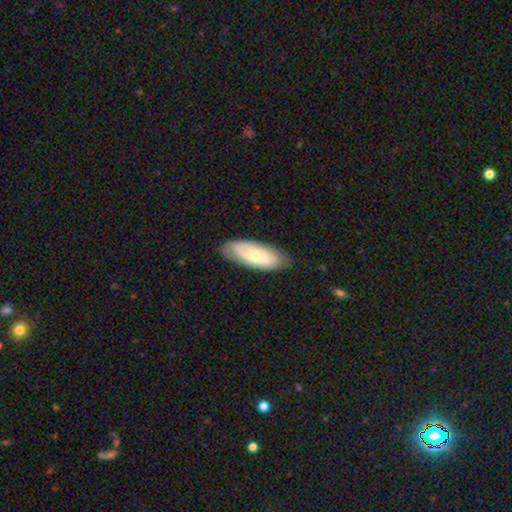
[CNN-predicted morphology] Smooth or featured: featured or disk — 52% (smooth — 41%)
Edge-on disk: no — 86% (yes — 14%)
Merging: none — 77% (minor disturbance — 18%)